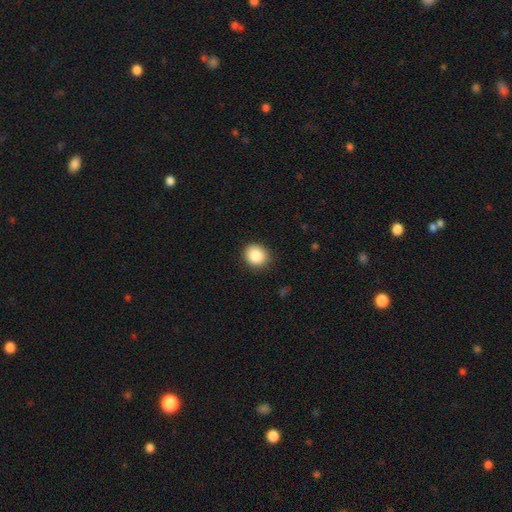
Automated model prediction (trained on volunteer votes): Smooth or featured?
  - smooth: 86% *
  - star or artifact: 9%
  - featured or disk: 5%
How rounded?
  - round: 77% *
  - in between: 22%
  - cigar-shaped: 1%
Merging?
  - none: 88% *
  - minor disturbance: 9%
  - major disturbance: 2%
  - merger: 1%